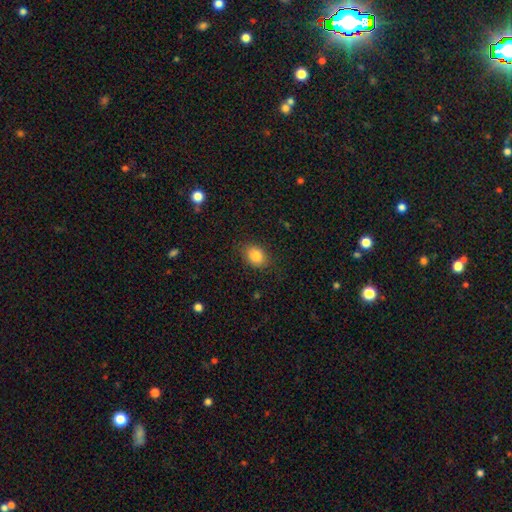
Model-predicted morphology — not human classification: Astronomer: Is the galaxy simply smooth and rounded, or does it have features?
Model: smooth — 84%.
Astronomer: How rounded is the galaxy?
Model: in between — 63%.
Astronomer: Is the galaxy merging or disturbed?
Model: none — 83%.